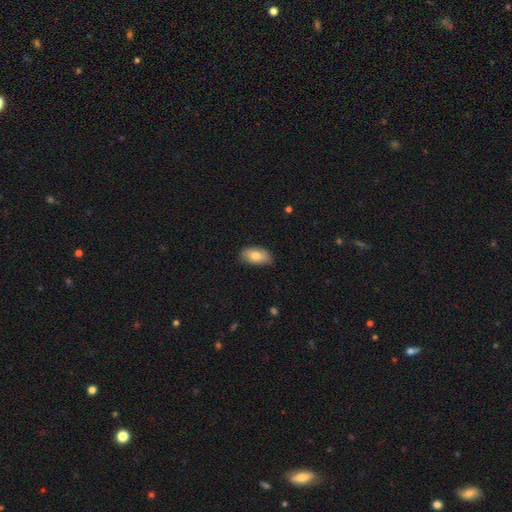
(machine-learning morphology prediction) Smooth or featured: smooth — 78% (featured or disk — 15%)
How rounded: in between — 93% (round — 4%)
Merging: none — 77% (minor disturbance — 19%)